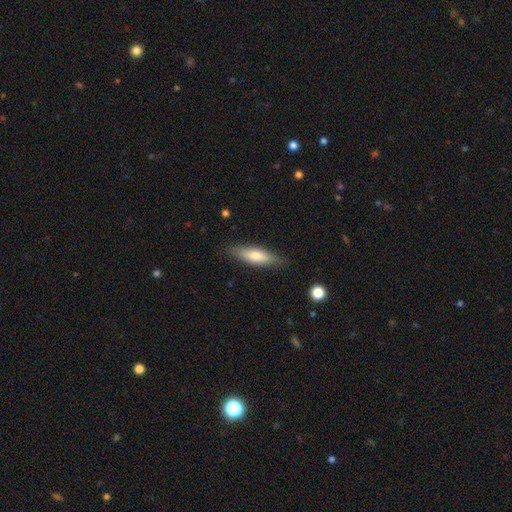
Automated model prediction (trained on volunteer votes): A smooth galaxy with no disk features (71%) that is cigar-shaped (63%). Merging: none (84%).